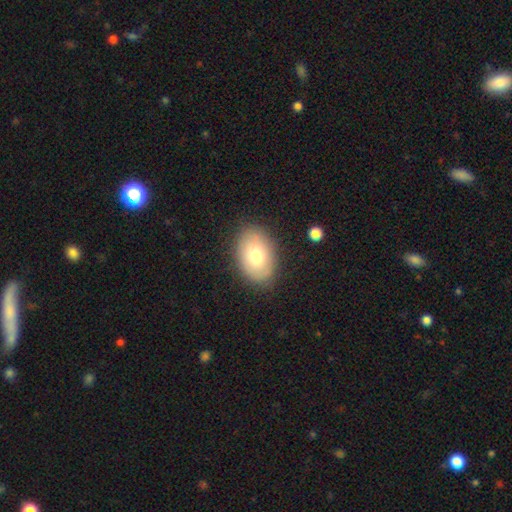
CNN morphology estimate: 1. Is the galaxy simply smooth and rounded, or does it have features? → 74% smooth, 18% featured or disk, 8% star or artifact.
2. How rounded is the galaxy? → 85% in between, 14% round, 1% cigar-shaped.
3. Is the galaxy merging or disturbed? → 84% none, 12% minor disturbance, 3% major disturbance, 1% merger.